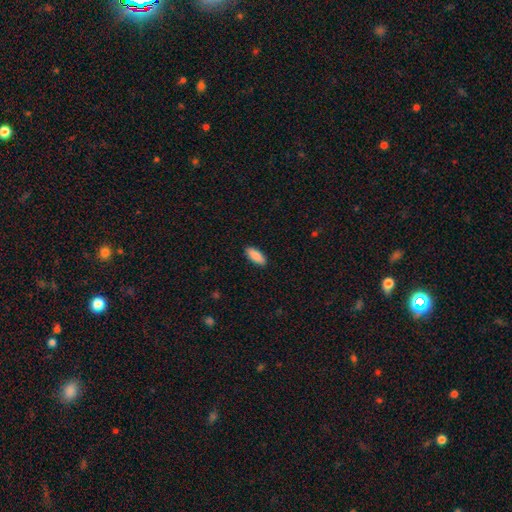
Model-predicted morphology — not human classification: A smooth galaxy with no disk features (89%) that is in between round and cigar-shaped (78%).

Vote fractions:
- Smooth or featured? smooth: 89% / star or artifact: 6% / featured or disk: 5%
- How rounded? in between: 78% / cigar-shaped: 20% / round: 2%
- Merging? none: 90% / minor disturbance: 7% / major disturbance: 2% / merger: 1%